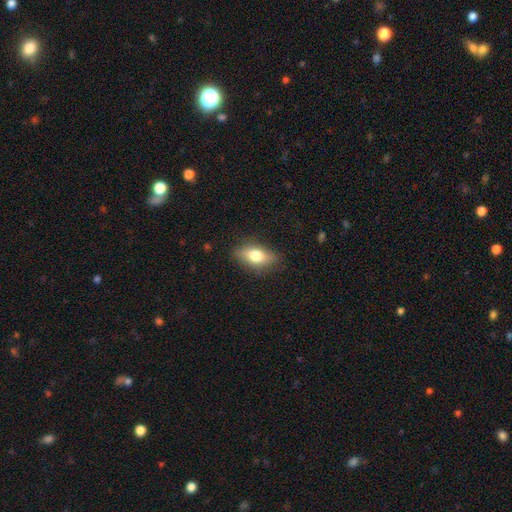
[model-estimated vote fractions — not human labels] The model was most divided on "smooth or featured": smooth: 70%, featured or disk: 22%, star or artifact: 8%. More confident: merging — none (82%); how rounded — in between (80%).